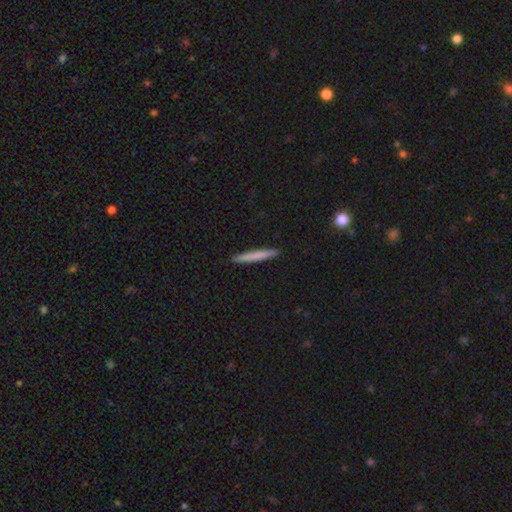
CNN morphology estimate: Overall: smooth (74%). How rounded: cigar-shaped (96%). Merging: none (92%).